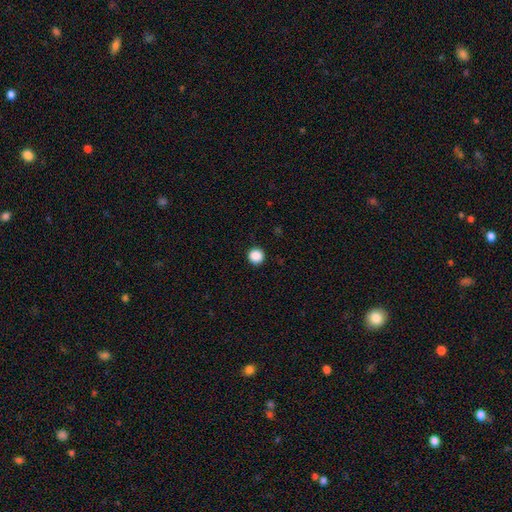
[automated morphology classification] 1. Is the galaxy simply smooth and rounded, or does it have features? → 88% smooth, 9% star or artifact, 2% featured or disk.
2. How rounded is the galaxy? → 96% round, 3% in between, 1% cigar-shaped.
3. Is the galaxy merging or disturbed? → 93% none, 4% minor disturbance, 2% major disturbance, 1% merger.